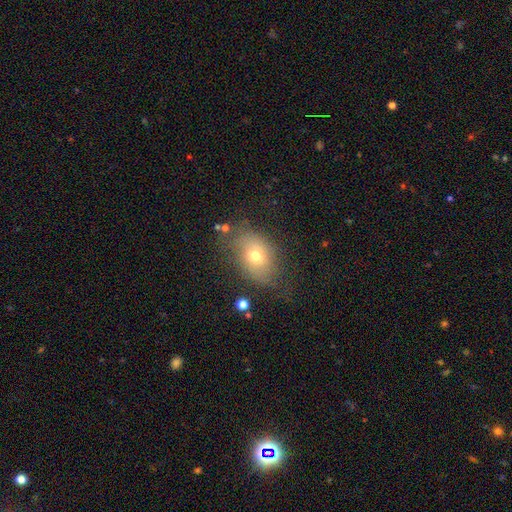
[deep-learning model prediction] A smooth galaxy with no disk features (65%) that is in between round and cigar-shaped (73%). Merging: none (66%).